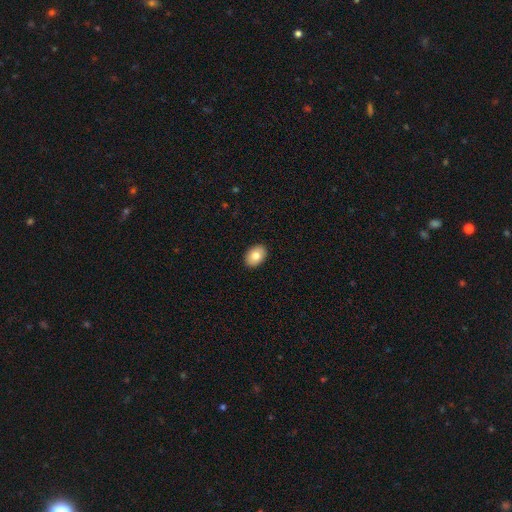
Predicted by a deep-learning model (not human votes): smooth_or_featured: smooth (p=0.81) [alt: featured or disk p=0.11]
how_rounded: in between (p=0.81) [alt: round p=0.18]
merging: none (p=0.91) [alt: minor disturbance p=0.07]